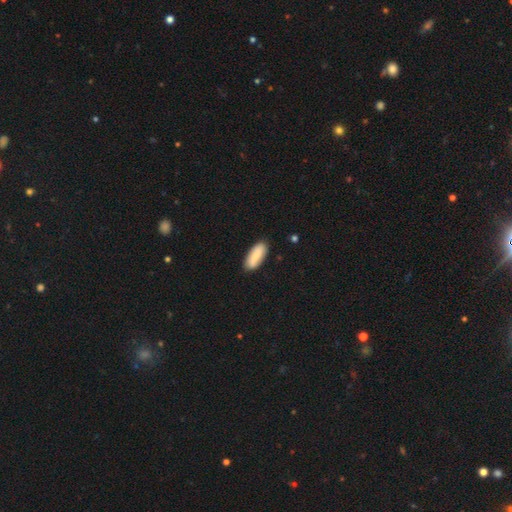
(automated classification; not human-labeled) Overall: smooth (85%). How rounded: in between (72%). Merging: none (86%).